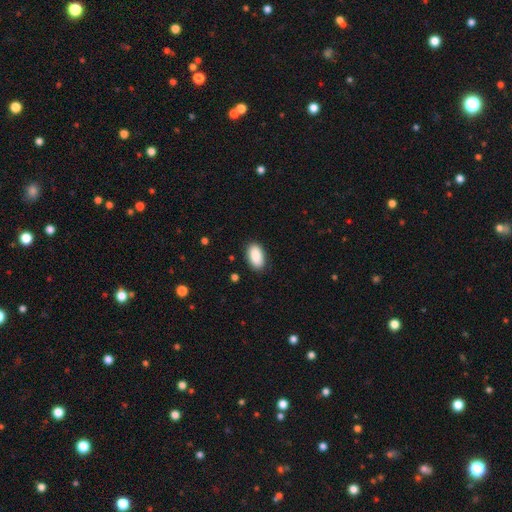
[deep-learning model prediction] Smooth or featured? smooth (90%)
How rounded? in between (94%)
Merging? none (88%)